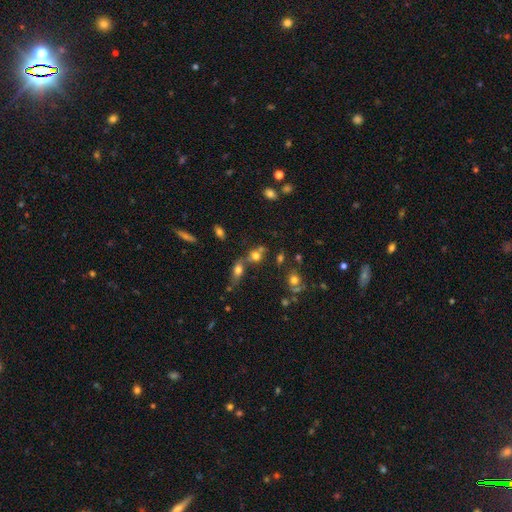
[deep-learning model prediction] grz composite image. It shows a smooth galaxy with no disk features (67%) that is round (60%). Merging: none (42%, tied with merger).